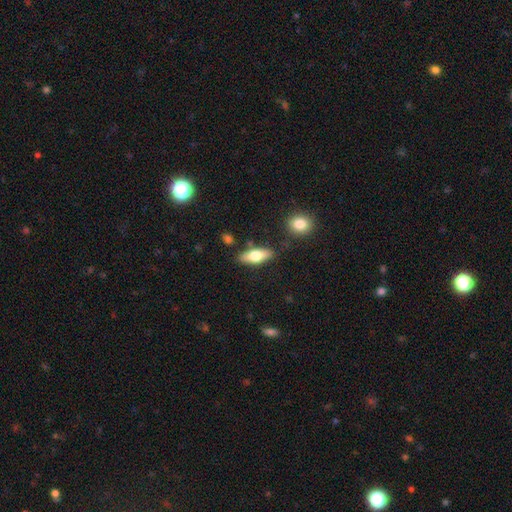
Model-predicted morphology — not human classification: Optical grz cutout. It shows a smooth galaxy with no disk features (65%) that is in between round and cigar-shaped (69%). Merging: none (81%).